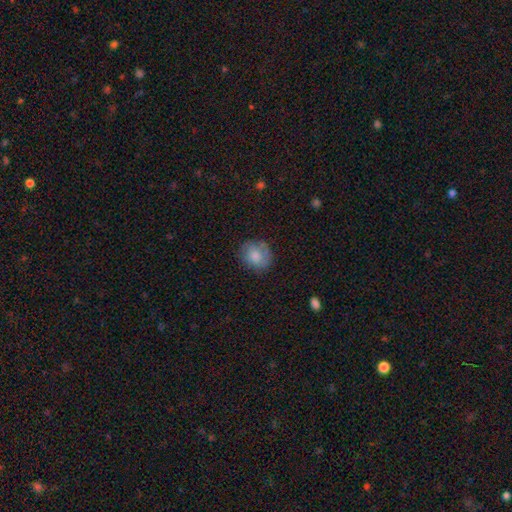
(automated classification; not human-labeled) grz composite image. It shows a smooth galaxy with no disk features (75%) that is round (72%). Merging: none (70%).